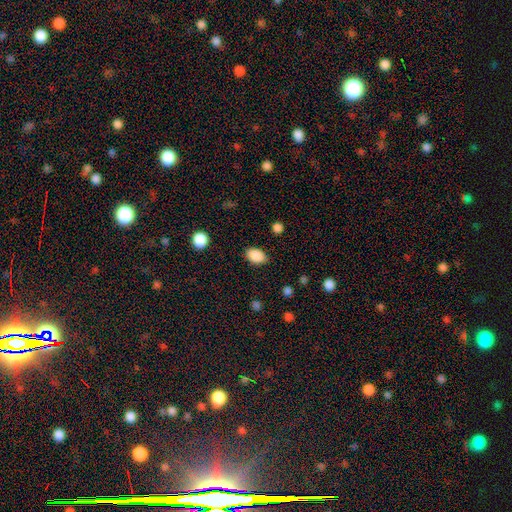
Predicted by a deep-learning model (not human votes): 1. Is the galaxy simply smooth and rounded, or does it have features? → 88% smooth, 8% star or artifact, 3% featured or disk.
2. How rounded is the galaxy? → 84% in between, 15% round, 1% cigar-shaped.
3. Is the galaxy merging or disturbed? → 86% none, 10% minor disturbance, 3% major disturbance, 1% merger.